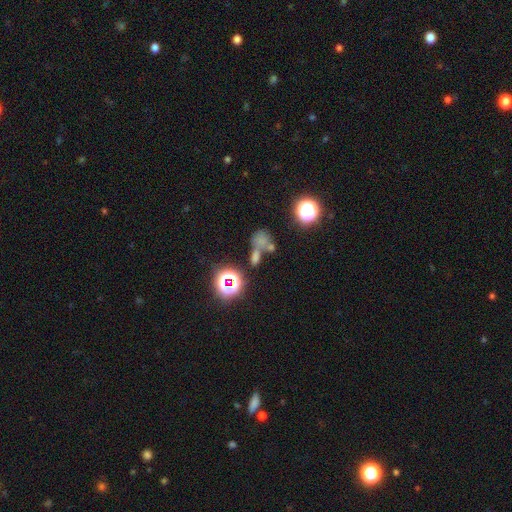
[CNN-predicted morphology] Overall: smooth (53%; star or artifact 33%). How rounded: round (59%; in between 38%). Merging: merger (46%; none 36%).